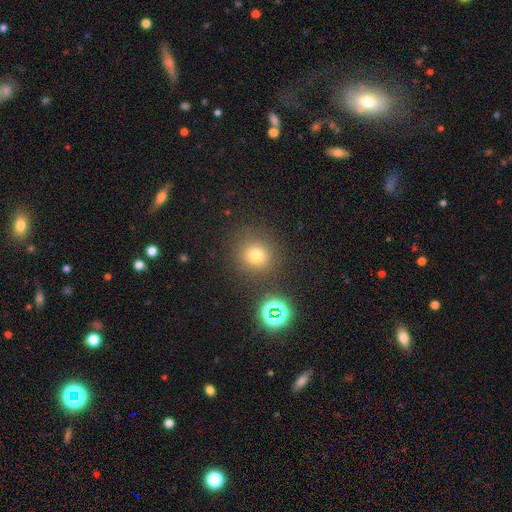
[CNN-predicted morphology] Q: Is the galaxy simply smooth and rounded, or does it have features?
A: smooth — 71%.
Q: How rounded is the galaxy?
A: round — 88%.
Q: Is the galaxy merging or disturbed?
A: none — 82%.